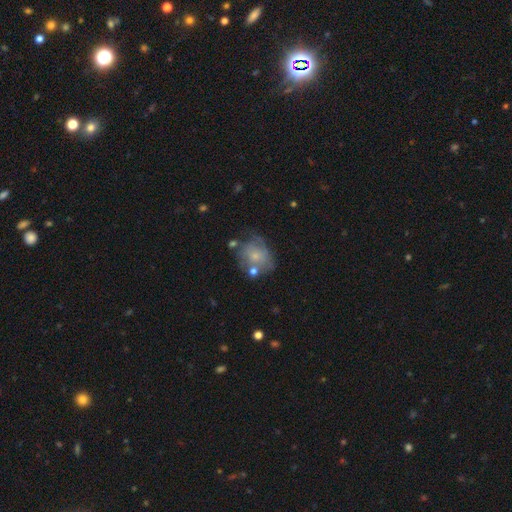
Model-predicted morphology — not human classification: A smooth galaxy with no disk features (48%).

Vote fractions:
- Smooth or featured? smooth: 48% / featured or disk: 43% / star or artifact: 9%
- Merging? none: 41% / minor disturbance: 27% / major disturbance: 20% / merger: 12%